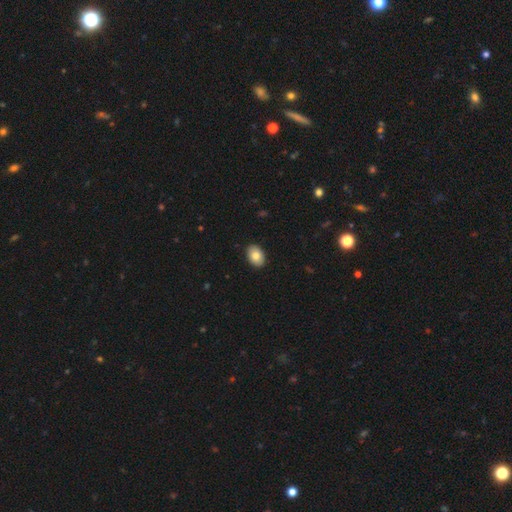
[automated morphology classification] This appears to be a smooth galaxy with no disk features (83%) that is in between round and cigar-shaped (84%). Merging: none (91%).